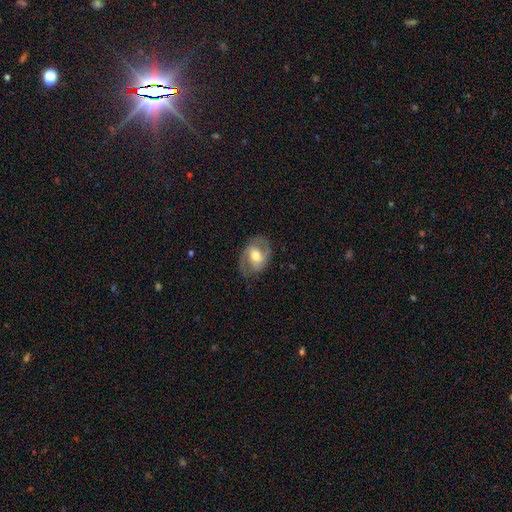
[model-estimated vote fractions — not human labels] Smooth or featured: featured or disk — 72% (smooth — 22%)
Edge-on disk: no — 96% (yes — 4%)
Bar: weak — 44% (no — 36%)
Spiral arms: yes — 85% (no — 15%)
Spiral winding: medium — 52% (tight — 27%)
Spiral arm count: 2 — 87% (can't tell — 7%)
Bulge size: moderate — 69% (small — 15%)
Merging: none — 77% (minor disturbance — 15%)